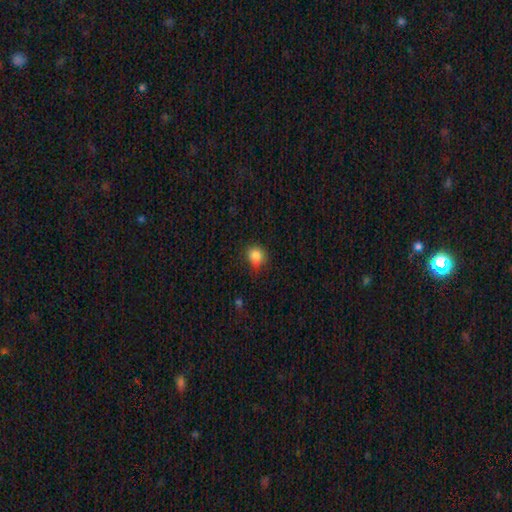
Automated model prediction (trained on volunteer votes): Morphology: type=smooth (86%); roundness=round (81%); merging=none (75%).